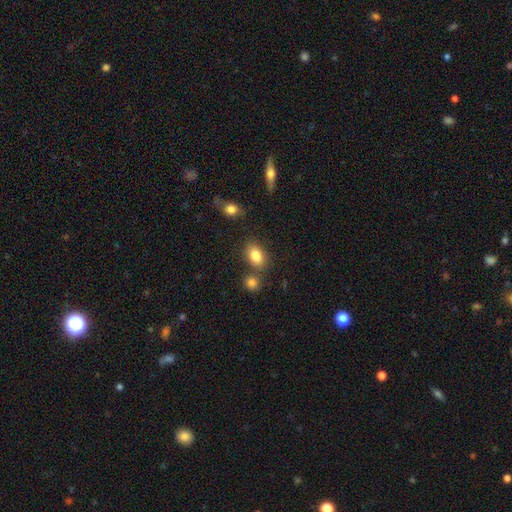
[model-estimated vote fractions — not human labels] Smooth or featured? Predicted: smooth (p=0.82). How rounded? Predicted: in between (p=0.80). Merging? Predicted: none (p=0.69).